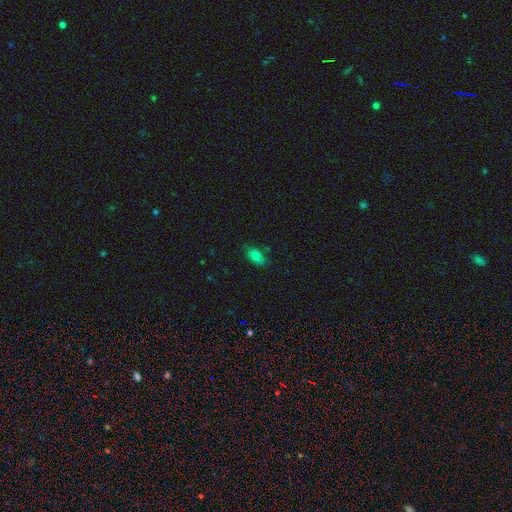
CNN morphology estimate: type=smooth (79%); roundness=in between (88%); merging=none (71%).